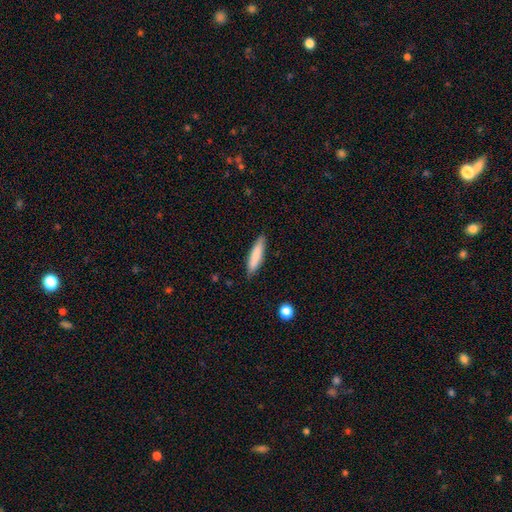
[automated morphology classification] smooth_or_featured: smooth (p=0.80) [alt: featured or disk p=0.14]
how_rounded: cigar-shaped (p=0.81) [alt: in between p=0.18]
merging: none (p=0.86) [alt: minor disturbance p=0.10]